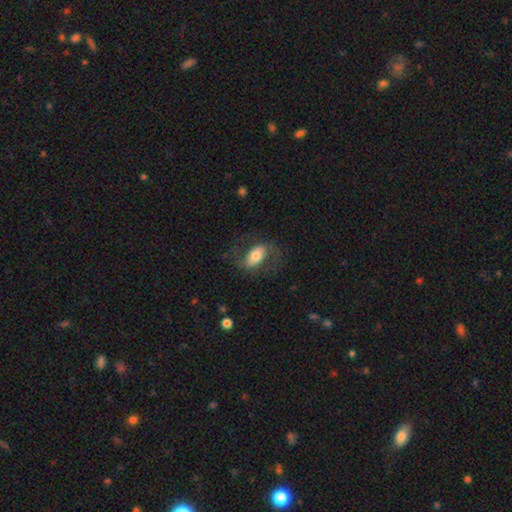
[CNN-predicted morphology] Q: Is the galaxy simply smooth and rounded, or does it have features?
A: smooth — 51%.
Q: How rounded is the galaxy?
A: in between — 88%.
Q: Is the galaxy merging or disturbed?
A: none — 65%.